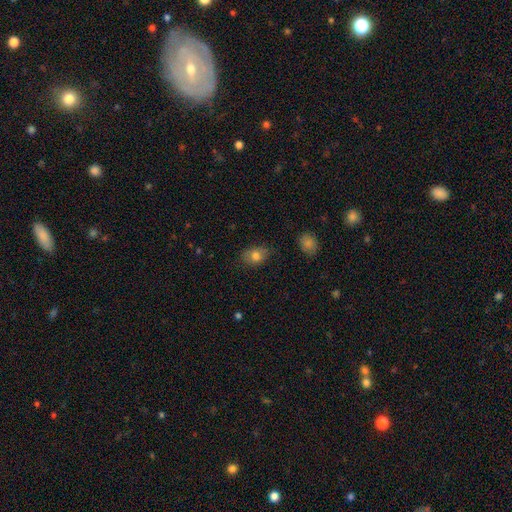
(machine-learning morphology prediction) This is likely a smooth galaxy (80%). How rounded: likely in between (70%). Merging: likely none (72%).